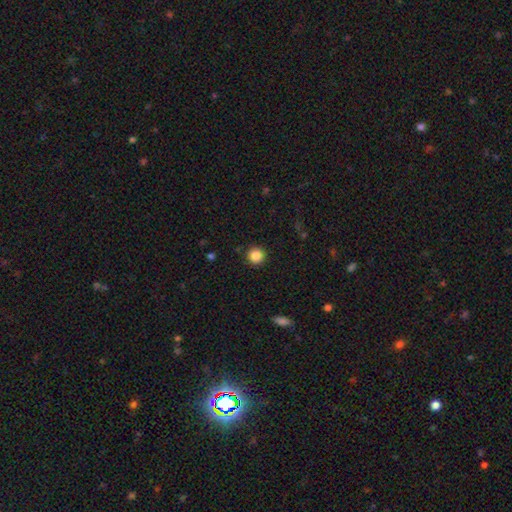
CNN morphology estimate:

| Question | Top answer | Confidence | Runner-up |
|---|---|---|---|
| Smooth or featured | smooth | 86% | star or artifact (10%) |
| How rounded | round | 95% | in between (4%) |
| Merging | none | 92% | minor disturbance (5%) |